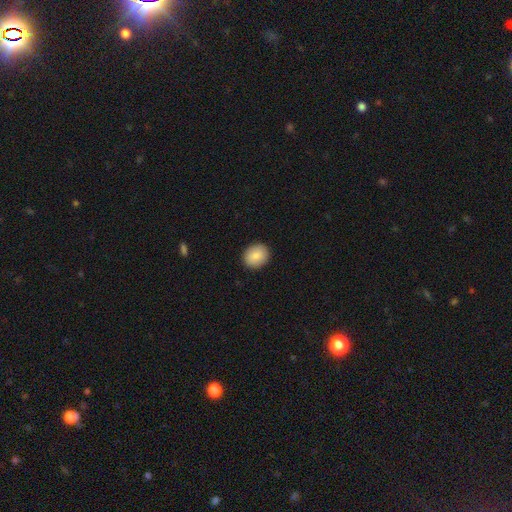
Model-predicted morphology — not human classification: Smooth or featured? smooth (87%)
How rounded? round (63%)
Merging? none (91%)